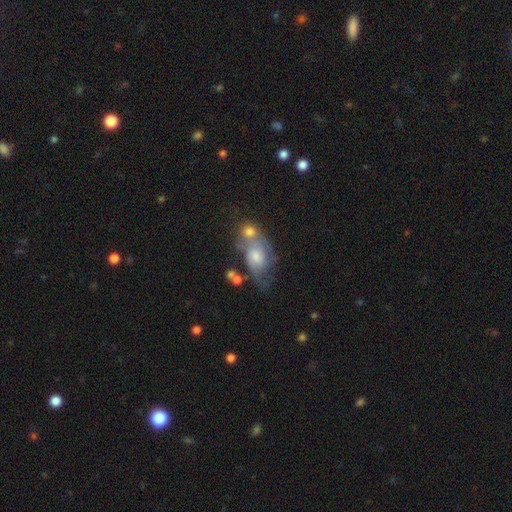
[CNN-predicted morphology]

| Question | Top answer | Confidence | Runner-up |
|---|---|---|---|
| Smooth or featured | featured or disk | 50% | smooth (39%) |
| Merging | none | 35% | merger (33%) |